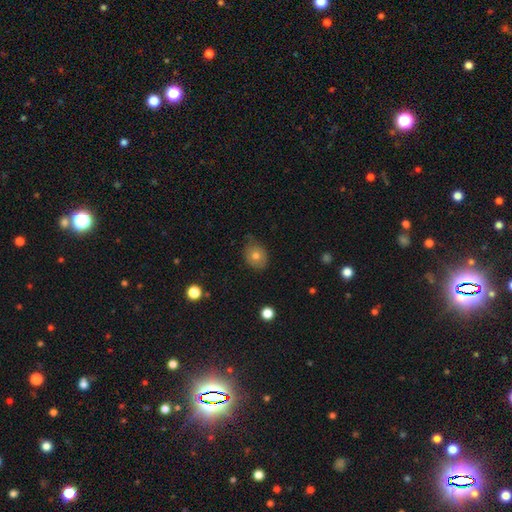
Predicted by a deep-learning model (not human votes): A smooth galaxy with no disk features (74%) that is round (50%).

Vote fractions:
- Smooth or featured? smooth: 74% / featured or disk: 16% / star or artifact: 10%
- How rounded? round: 50% / in between: 49% / cigar-shaped: 1%
- Merging? none: 71% / minor disturbance: 23% / major disturbance: 4% / merger: 1%